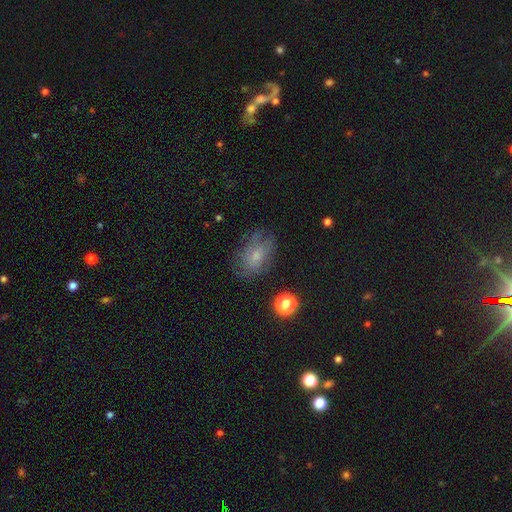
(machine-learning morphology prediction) Overall: smooth (51%; featured or disk 36%). How rounded: in between (81%). Merging: none (65%).